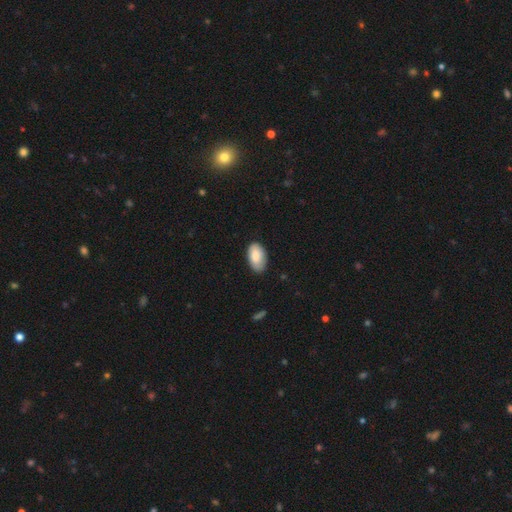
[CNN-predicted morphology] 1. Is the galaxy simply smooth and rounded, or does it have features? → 85% smooth, 9% featured or disk, 6% star or artifact.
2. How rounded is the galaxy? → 95% in between, 4% round, 1% cigar-shaped.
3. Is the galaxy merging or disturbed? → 79% none, 17% minor disturbance, 3% major disturbance, 1% merger.